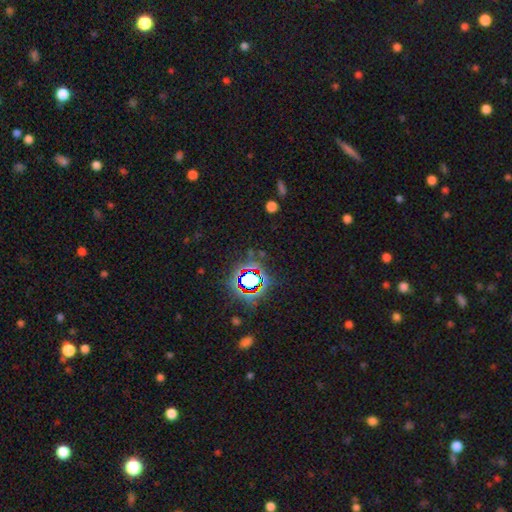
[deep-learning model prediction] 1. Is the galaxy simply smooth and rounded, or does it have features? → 79% star or artifact, 13% smooth, 9% featured or disk.